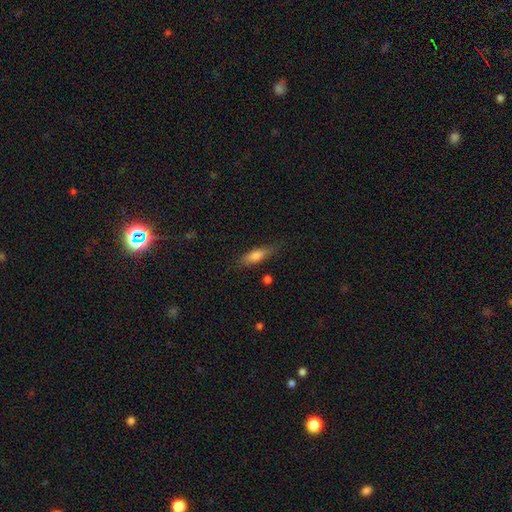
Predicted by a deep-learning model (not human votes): Smooth or featured: smooth — 73% (featured or disk — 20%)
How rounded: cigar-shaped — 50% (in between — 48%)
Merging: none — 75% (minor disturbance — 19%)